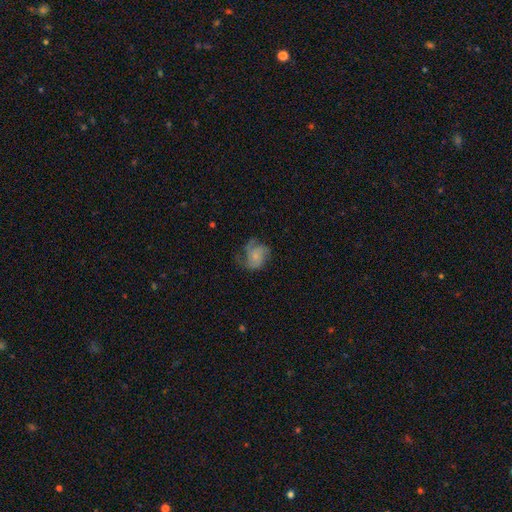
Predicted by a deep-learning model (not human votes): A featured or disk galaxy (64%) with no bar (80%), 3 (46%) medium (45%) spiral arms (89%) and a small central bulge (68%). Merging: none (53%).